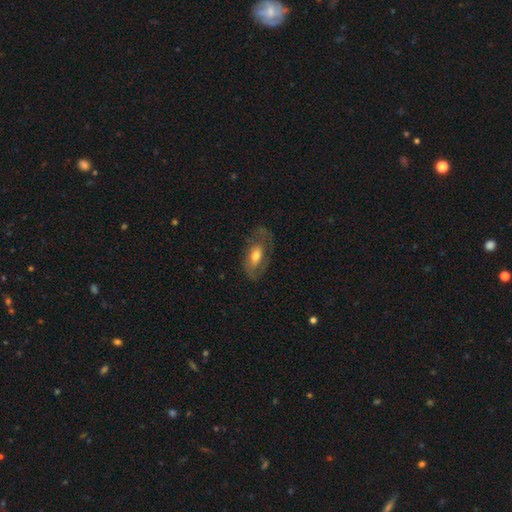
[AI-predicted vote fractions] The model was most divided on "smooth or featured": smooth: 48%, featured or disk: 46%, star or artifact: 7%. More confident: merging — none (57%).